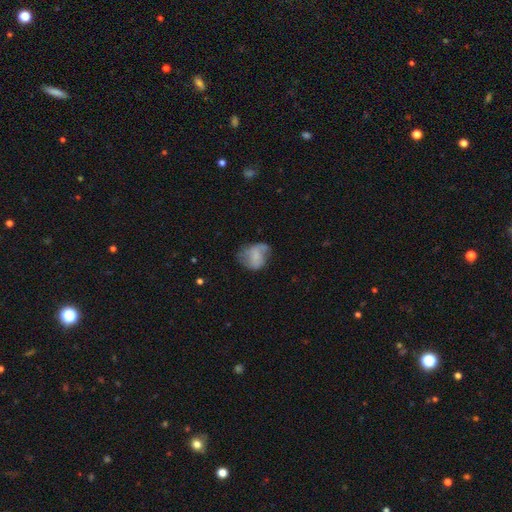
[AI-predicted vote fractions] Smooth or featured?
  - smooth: 56% *
  - featured or disk: 35%
  - star or artifact: 9%
How rounded?
  - in between: 50% *
  - round: 49%
  - cigar-shaped: 1%
Merging?
  - none: 40% *
  - minor disturbance: 33%
  - major disturbance: 23%
  - merger: 3%